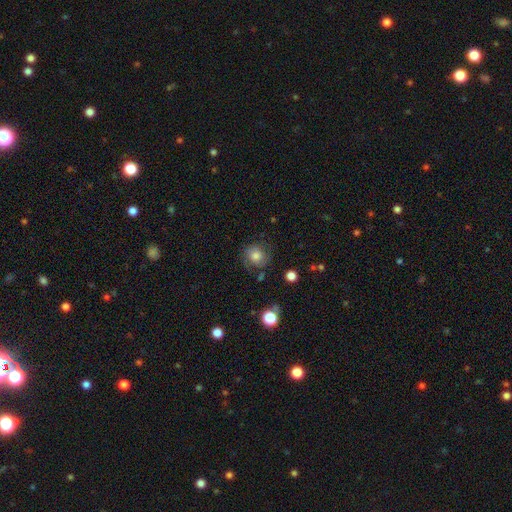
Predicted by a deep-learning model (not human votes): smooth-or-featured: smooth: 56% | featured or disk: 33% | star or artifact: 11%
  how-rounded: round: 78% | in between: 21% | cigar-shaped: 1%
  merging: none: 63% | minor disturbance: 21% | major disturbance: 13% | merger: 3%